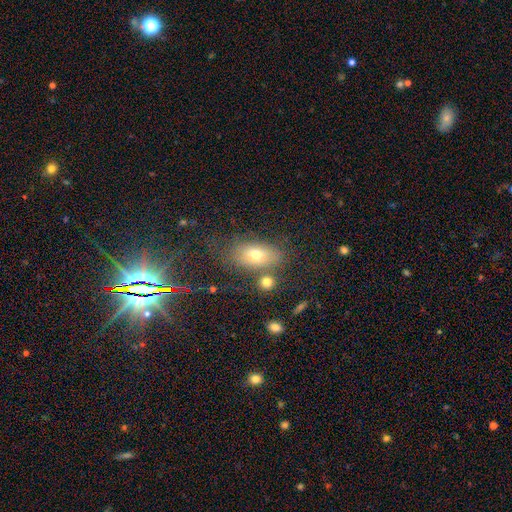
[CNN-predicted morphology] A smooth galaxy with no disk features (68%) that is in between round and cigar-shaped (83%). Merging: none (65%).